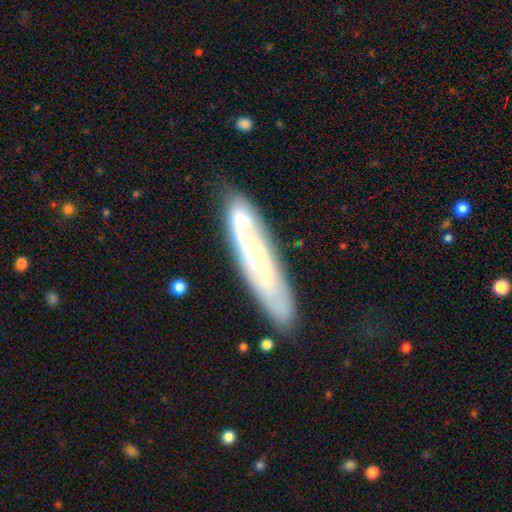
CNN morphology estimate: Smooth or featured?
  - featured or disk: 69% *
  - smooth: 25%
  - star or artifact: 6%
Edge-on disk?
  - no: 65% *
  - yes: 35%
Merging?
  - none: 81% *
  - minor disturbance: 14%
  - major disturbance: 3%
  - merger: 2%